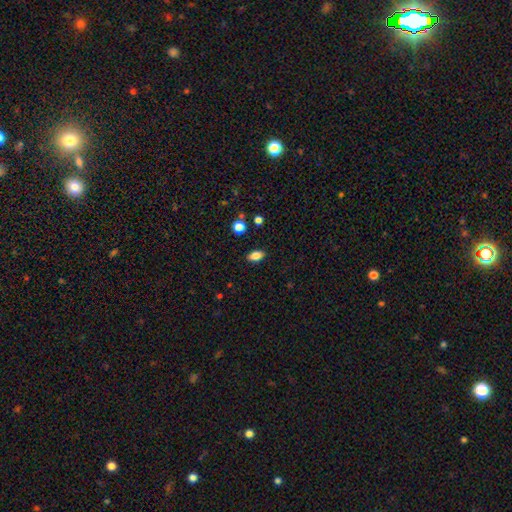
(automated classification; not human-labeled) Smooth or featured? Predicted: smooth (p=0.82). How rounded? Predicted: in between (p=0.88). Merging? Predicted: none (p=0.88).